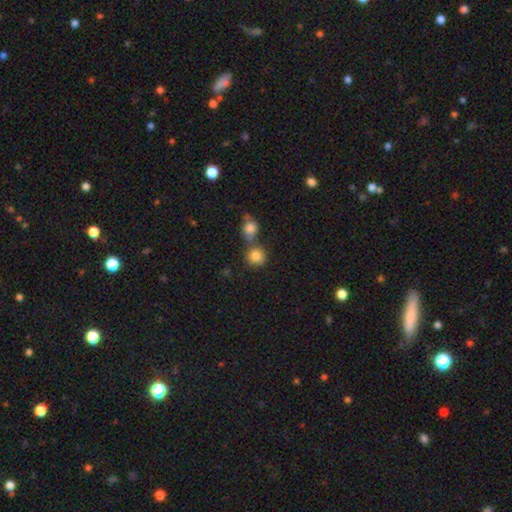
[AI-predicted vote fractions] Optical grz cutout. It shows a smooth galaxy with no disk features (84%) that is round (86%). Merging: none (50%).